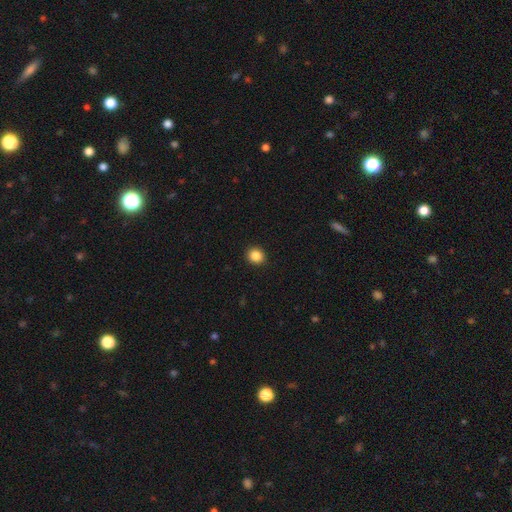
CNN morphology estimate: smooth-or-featured: smooth: 86% | star or artifact: 10% | featured or disk: 4%
  how-rounded: round: 84% | in between: 15% | cigar-shaped: 1%
  merging: none: 92% | minor disturbance: 5% | major disturbance: 2% | merger: 1%